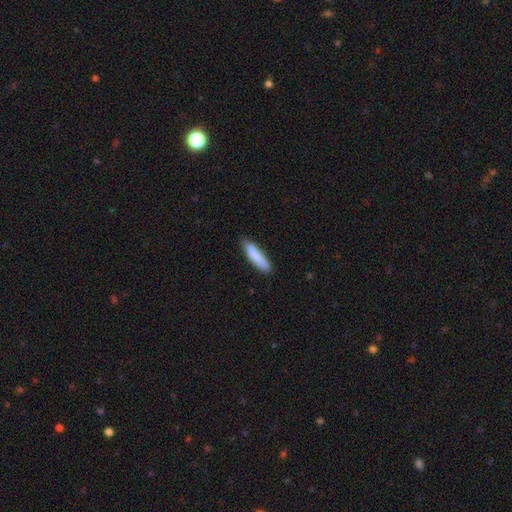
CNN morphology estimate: Overall: smooth (85%). How rounded: cigar-shaped (81%). Merging: none (81%).